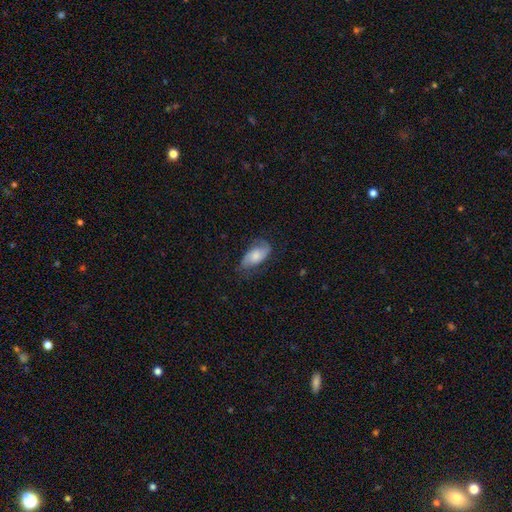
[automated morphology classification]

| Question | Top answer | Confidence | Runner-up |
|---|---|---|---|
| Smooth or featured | smooth | 51% | featured or disk (42%) |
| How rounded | in between | 92% | cigar-shaped (5%) |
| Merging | none | 61% | minor disturbance (26%) |